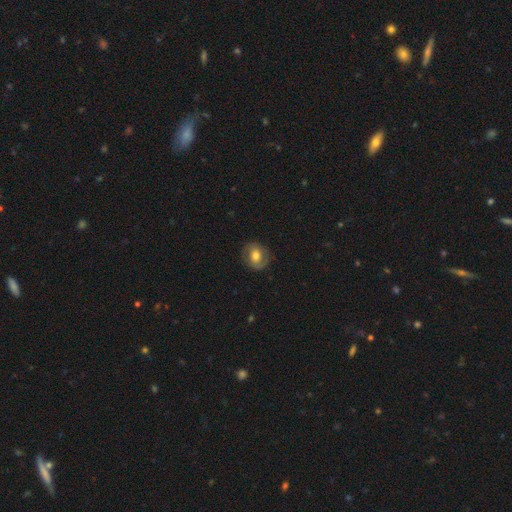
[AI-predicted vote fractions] A smooth galaxy with no disk features (50%).

Vote fractions:
- Smooth or featured? smooth: 50% / featured or disk: 42% / star or artifact: 8%
- Merging? none: 79% / minor disturbance: 14% / major disturbance: 6% / merger: 1%